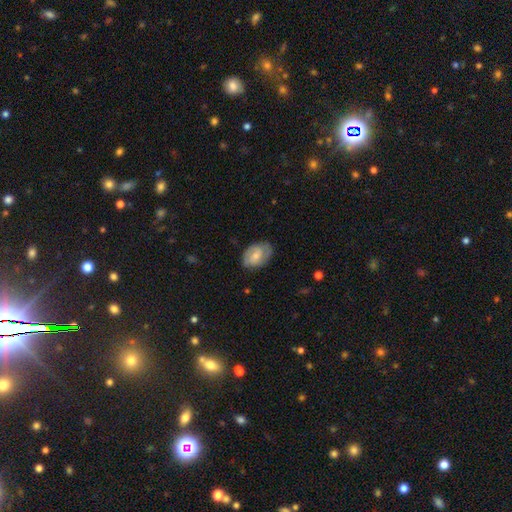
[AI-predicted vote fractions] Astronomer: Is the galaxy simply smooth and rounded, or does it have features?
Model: smooth — 51% (runner-up: featured or disk, 43%).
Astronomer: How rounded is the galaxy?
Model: in between — 82%.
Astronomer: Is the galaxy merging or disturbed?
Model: none — 67%.